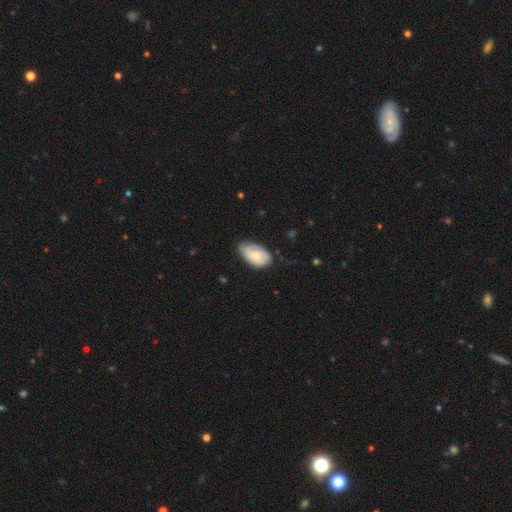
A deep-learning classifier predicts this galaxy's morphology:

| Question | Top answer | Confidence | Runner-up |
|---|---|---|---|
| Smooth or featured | smooth | 65% | featured or disk (29%) |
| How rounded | in between | 93% | round (5%) |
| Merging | none | 56% | minor disturbance (36%) |